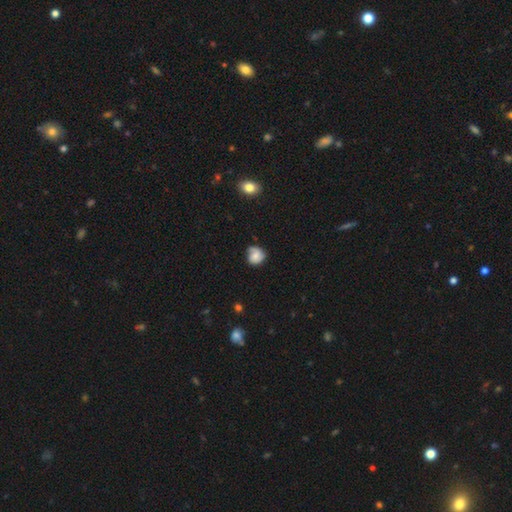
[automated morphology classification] Smooth or featured? Predicted: smooth (p=0.55). How rounded? Predicted: round (p=0.77). Merging? Predicted: none (p=0.57).